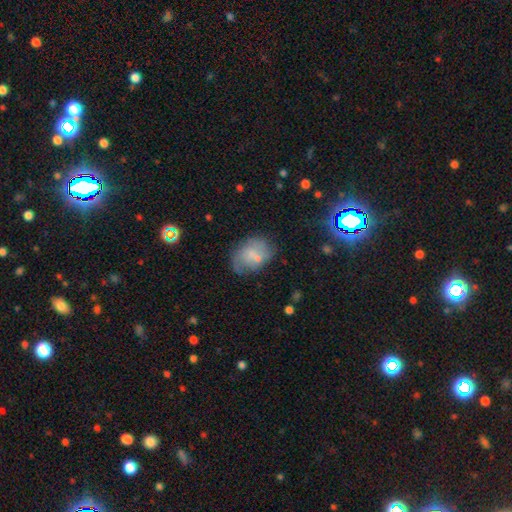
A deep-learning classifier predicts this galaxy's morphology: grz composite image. It shows a smooth galaxy with no disk features (50%) that is in between round and cigar-shaped (74%). Merging: none (54%).